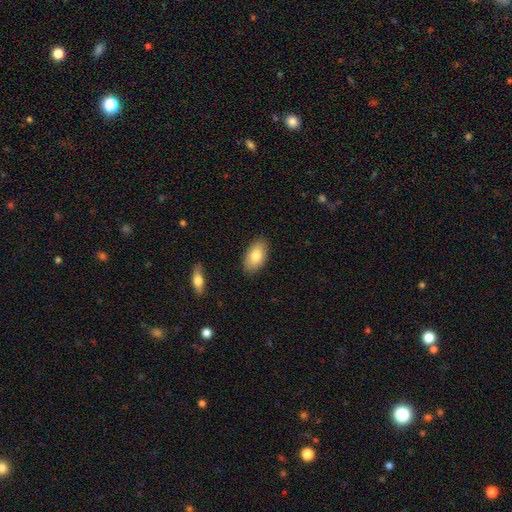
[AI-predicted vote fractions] smooth-or-featured: smooth: 80% | featured or disk: 13% | star or artifact: 7%
  how-rounded: in between: 94% | round: 4% | cigar-shaped: 2%
  merging: none: 87% | minor disturbance: 10% | major disturbance: 2% | merger: 1%